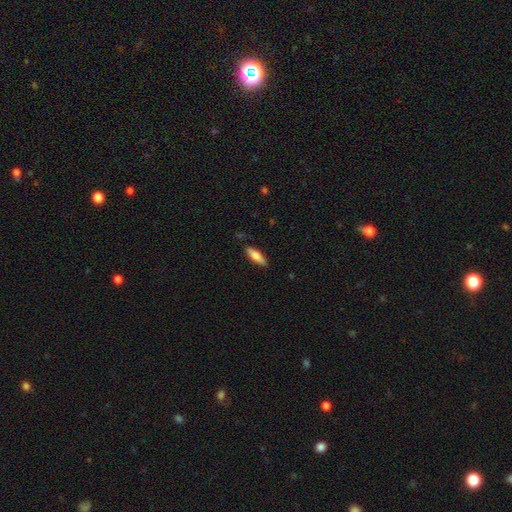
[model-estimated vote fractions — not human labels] This is likely a smooth galaxy (75%). How rounded: possibly cigar-shaped (50%). Merging: clearly none (86%).